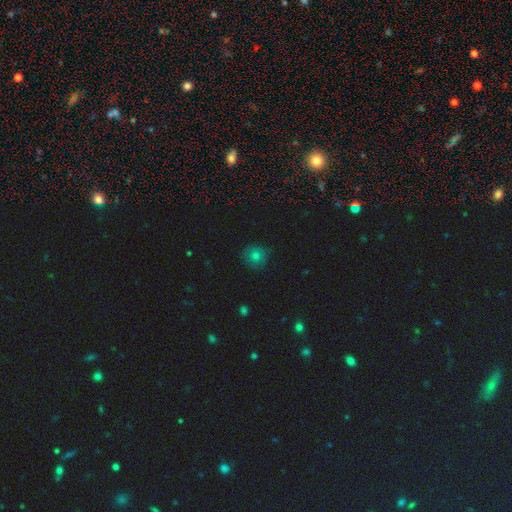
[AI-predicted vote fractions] A smooth galaxy with no disk features (74%) that is round (92%).

Vote fractions:
- Smooth or featured? smooth: 74% / star or artifact: 17% / featured or disk: 9%
- How rounded? round: 92% / in between: 7% / cigar-shaped: 1%
- Merging? none: 85% / minor disturbance: 11% / major disturbance: 3% / merger: 1%